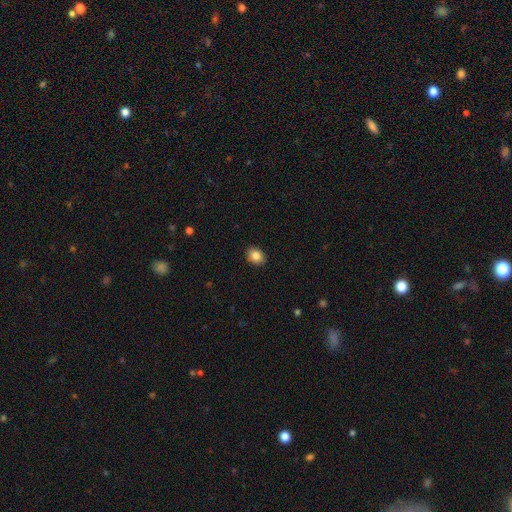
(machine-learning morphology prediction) smooth-or-featured: smooth: 85% | star or artifact: 9% | featured or disk: 6%
  how-rounded: in between: 55% | round: 44% | cigar-shaped: 1%
  merging: none: 89% | minor disturbance: 8% | major disturbance: 2% | merger: 1%